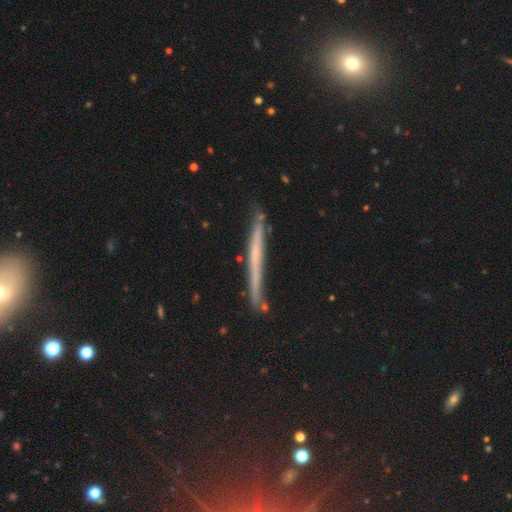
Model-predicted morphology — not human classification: Smooth or featured? featured or disk (55%)
Edge-on disk? yes (94%)
Edge-on bulge? none (84%)
Merging? none (78%)